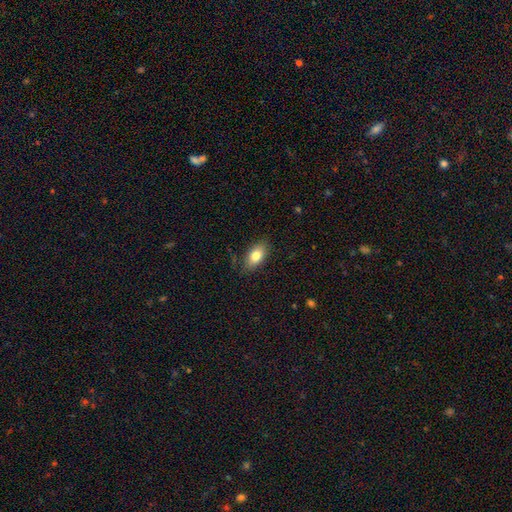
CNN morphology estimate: This appears to be a smooth galaxy with no disk features (80%) that is in between round and cigar-shaped (90%). Merging: none (83%).